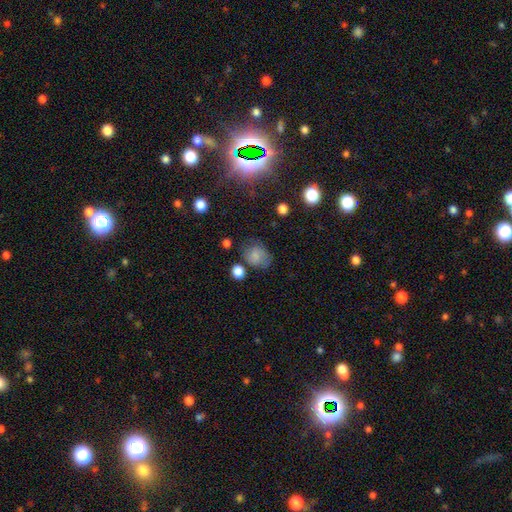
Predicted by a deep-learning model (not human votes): Smooth or featured? smooth (76%)
How rounded? round (51%)
Merging? none (59%)